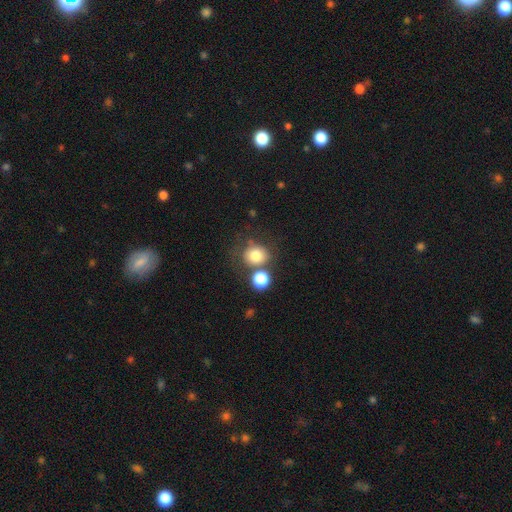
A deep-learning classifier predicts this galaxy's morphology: smooth_or_featured: smooth (p=0.78) [alt: star or artifact p=0.11]
how_rounded: round (p=0.77) [alt: in between p=0.22]
merging: none (p=0.56) [alt: merger p=0.24]